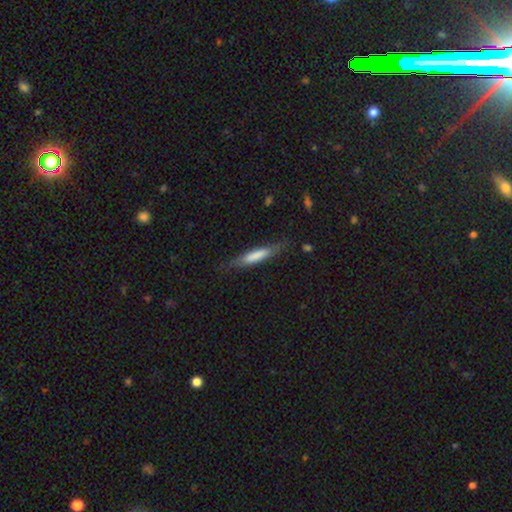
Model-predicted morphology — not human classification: Smooth or featured? smooth (68%)
How rounded? cigar-shaped (84%)
Merging? none (76%)